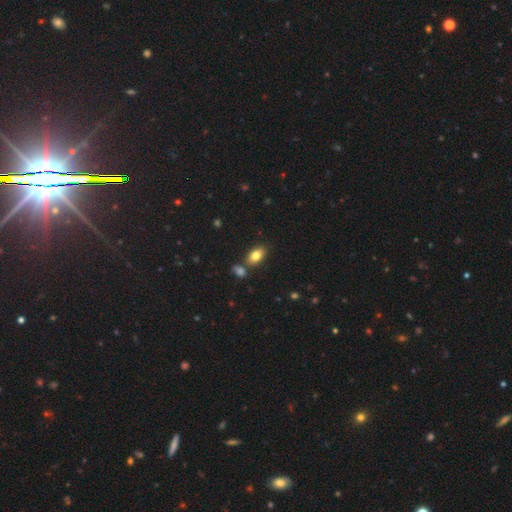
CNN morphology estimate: Smooth or featured: smooth — 81% (featured or disk — 10%)
How rounded: in between — 90% (round — 7%)
Merging: none — 71% (merger — 15%)